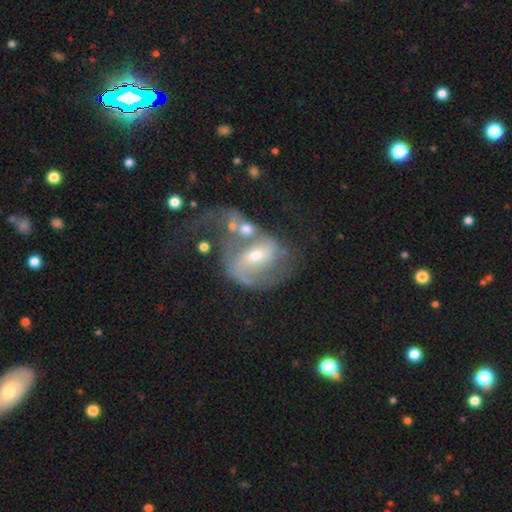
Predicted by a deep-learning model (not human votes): Smooth or featured?
  - featured or disk: 77% *
  - smooth: 15%
  - star or artifact: 7%
Edge-on disk?
  - no: 97% *
  - yes: 3%
Bar?
  - weak: 41% *
  - no: 38%
  - strong: 22%
Spiral arms?
  - yes: 83% *
  - no: 17%
Spiral winding?
  - medium: 41% *
  - loose: 39%
  - tight: 19%
Spiral arm count?
  - 2: 64% *
  - 1: 15%
  - can't tell: 15%
  - 3: 3%
  - 4: 1%
  - more than 4: 1%
Bulge size?
  - moderate: 50% *
  - small: 43%
  - large: 4%
  - none: 2%
  - dominant: 1%
Merging?
  - merger: 33% *
  - major disturbance: 32%
  - none: 23%
  - minor disturbance: 12%